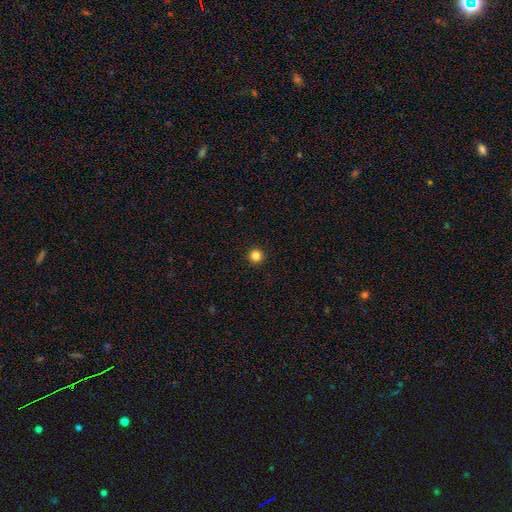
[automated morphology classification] Smooth or featured? smooth (84%)
How rounded? round (96%)
Merging? none (94%)